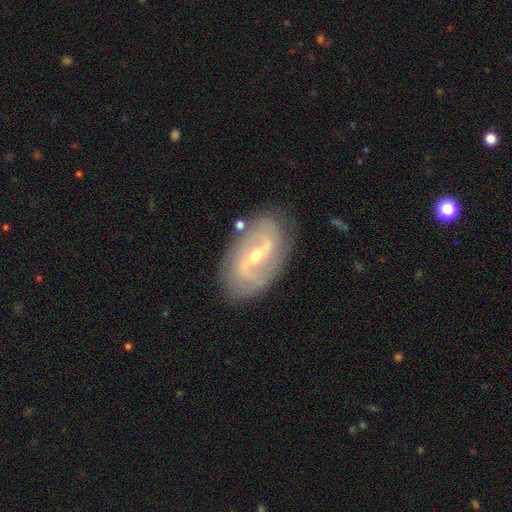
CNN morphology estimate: A featured or disk galaxy (84%) with a strong bar (42%), 2 (81%) medium (41%) spiral arms (90%) and a small central bulge (50%).

Vote fractions:
- Smooth or featured? featured or disk: 84% / smooth: 10% / star or artifact: 6%
- Edge-on disk? no: 94% / yes: 6%
- Bar? strong: 42% / weak: 41% / no: 17%
- Spiral arms? yes: 90% / no: 10%
- Spiral winding? medium: 41% / tight: 30% / loose: 29%
- Spiral arm count? 2: 81% / can't tell: 10% / 3: 4% / 1: 2% / 4: 2% / more than 4: 1%
- Bulge size? small: 50% / moderate: 47% / large: 2% / none: 1% / dominant: 1%
- Merging? none: 82% / minor disturbance: 12% / major disturbance: 4% / merger: 2%